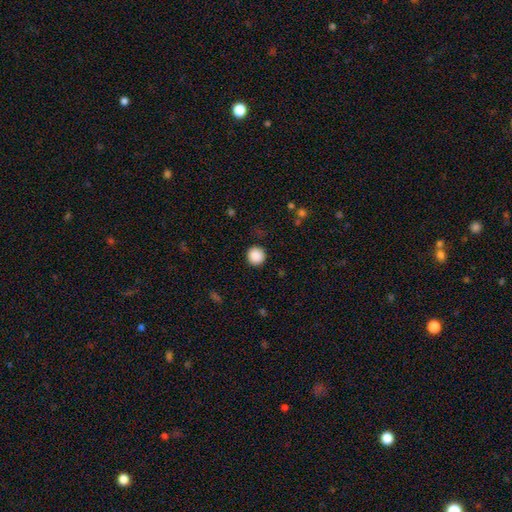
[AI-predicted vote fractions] Smooth or featured: smooth — 88% (star or artifact — 9%)
How rounded: round — 95% (in between — 4%)
Merging: none — 90% (minor disturbance — 6%)